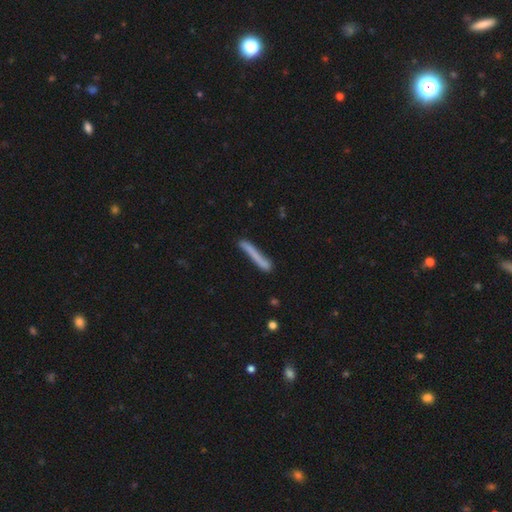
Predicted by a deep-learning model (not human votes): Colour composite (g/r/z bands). It shows a smooth galaxy with no disk features (70%) that is cigar-shaped (96%). Merging: none (75%).